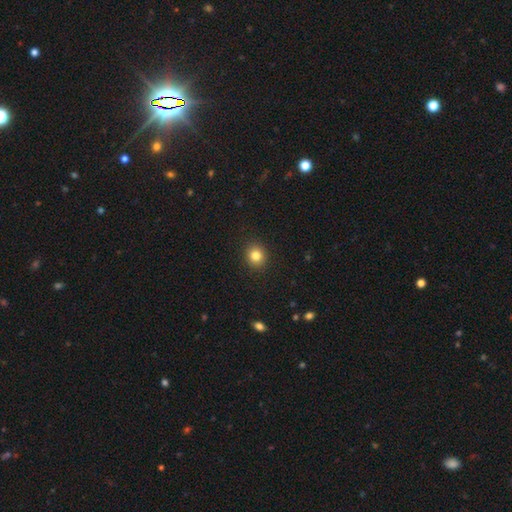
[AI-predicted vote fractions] Morphology: type=smooth (82%); roundness=round (85%); merging=none (92%).